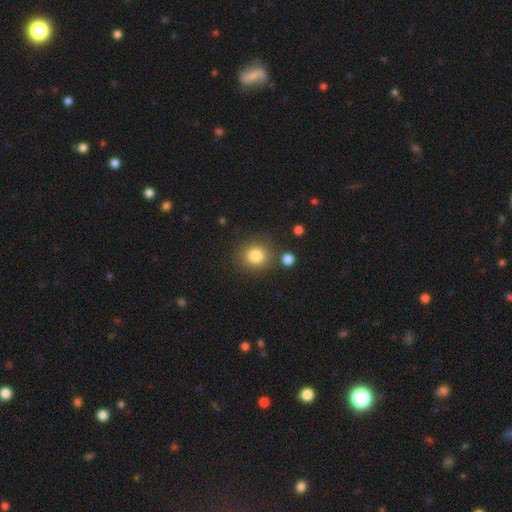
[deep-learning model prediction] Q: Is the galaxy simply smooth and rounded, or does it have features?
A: smooth — 83%.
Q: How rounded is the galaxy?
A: round — 88%.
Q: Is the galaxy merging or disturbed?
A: none — 82%.